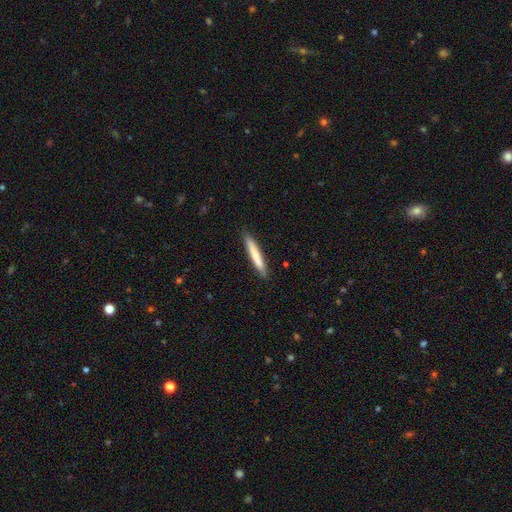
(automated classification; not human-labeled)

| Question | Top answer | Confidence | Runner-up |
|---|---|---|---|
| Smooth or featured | smooth | 72% | featured or disk (23%) |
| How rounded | cigar-shaped | 95% | in between (4%) |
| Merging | none | 90% | minor disturbance (8%) |